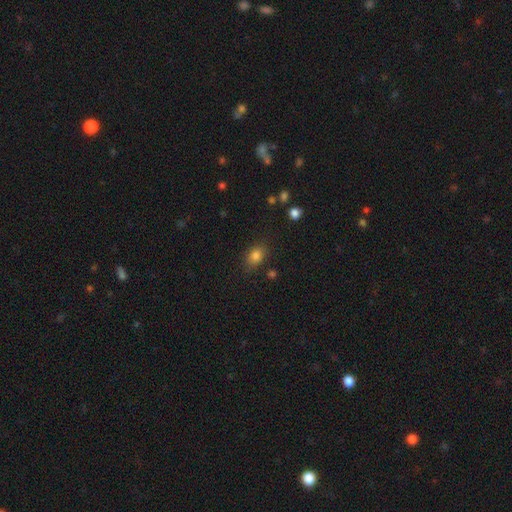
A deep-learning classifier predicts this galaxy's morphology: smooth 81%, star or artifact 12%, featured or disk 7%. Down the decision tree: how rounded — in between (68%); merging — none (80%).